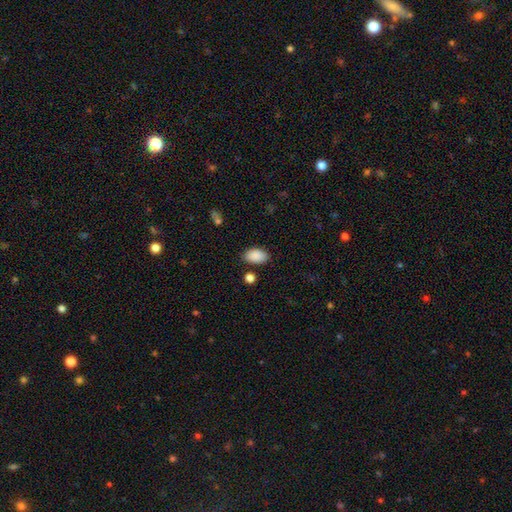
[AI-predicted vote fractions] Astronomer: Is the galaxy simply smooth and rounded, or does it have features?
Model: smooth — 89%.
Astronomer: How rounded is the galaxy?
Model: in between — 92%.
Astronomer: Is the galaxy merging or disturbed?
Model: none — 82%.